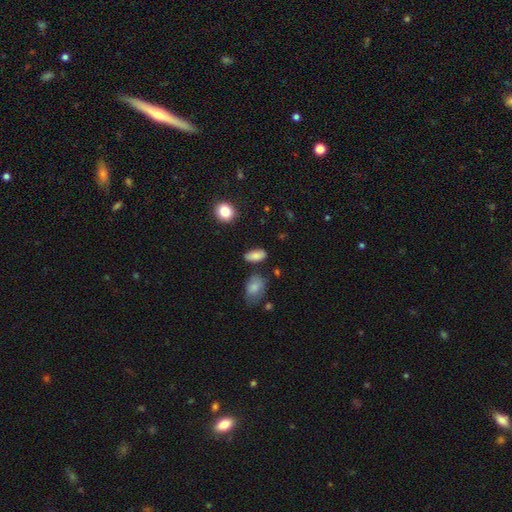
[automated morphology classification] Smooth or featured: smooth — 84% (star or artifact — 8%)
How rounded: in between — 88% (cigar-shaped — 7%)
Merging: none — 79% (minor disturbance — 14%)